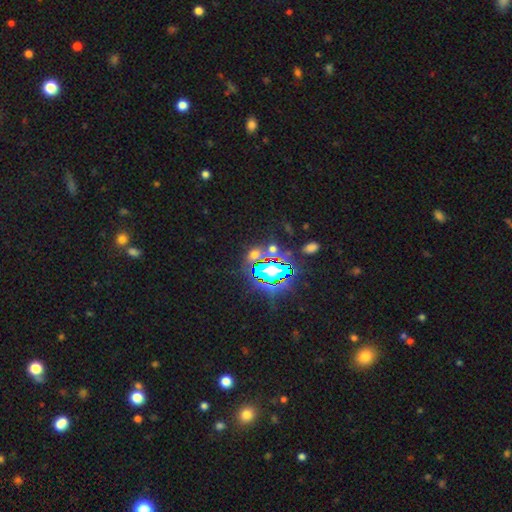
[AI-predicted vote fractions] smooth_or_featured: star or artifact (p=0.76) [alt: smooth p=0.15]